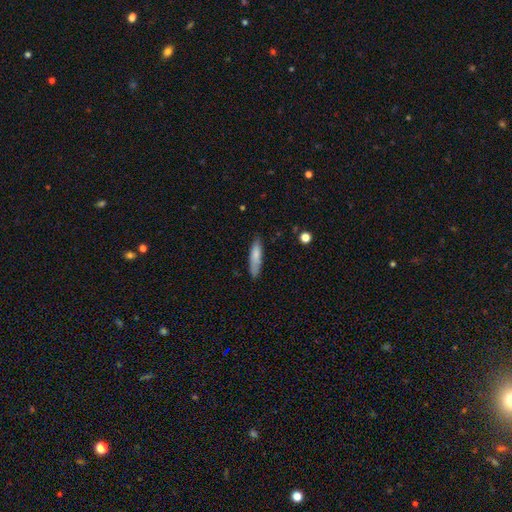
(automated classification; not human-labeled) Smooth or featured?
  - smooth: 78% *
  - featured or disk: 16%
  - star or artifact: 6%
How rounded?
  - cigar-shaped: 72% *
  - in between: 27%
  - round: 2%
Merging?
  - none: 78% *
  - minor disturbance: 18%
  - major disturbance: 3%
  - merger: 2%